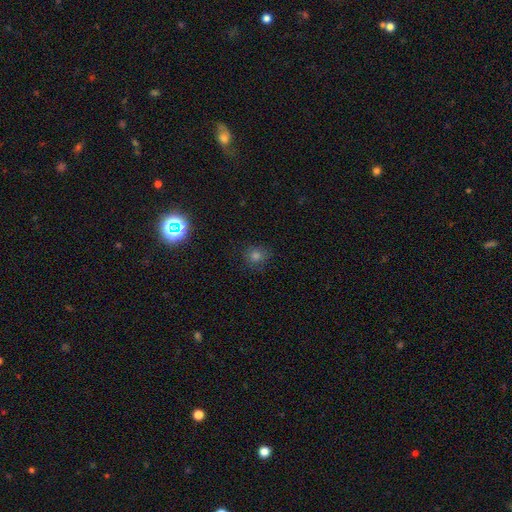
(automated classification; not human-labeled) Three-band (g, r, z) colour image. It shows a smooth galaxy with no disk features (68%) that is round (83%). Merging: none (84%).